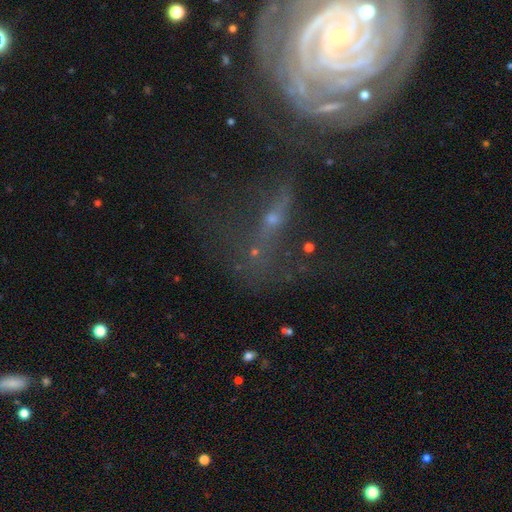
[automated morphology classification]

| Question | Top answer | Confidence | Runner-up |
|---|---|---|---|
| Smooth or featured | featured or disk | 59% | star or artifact (24%) |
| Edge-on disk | no | 83% | yes (17%) |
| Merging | none | 37% | major disturbance (31%) |